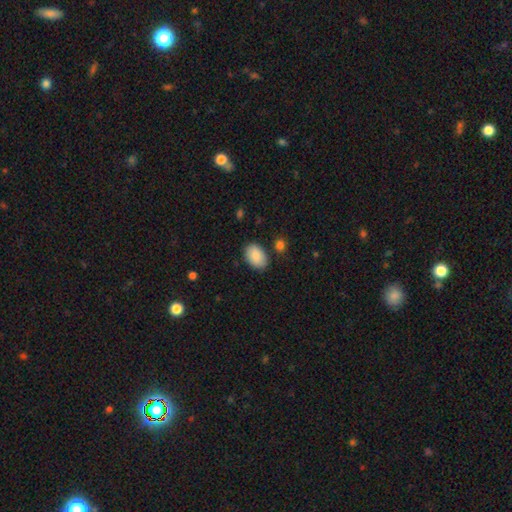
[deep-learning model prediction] smooth 89%, star or artifact 6%, featured or disk 5%. Down the decision tree: how rounded — in between (89%); merging — none (83%).